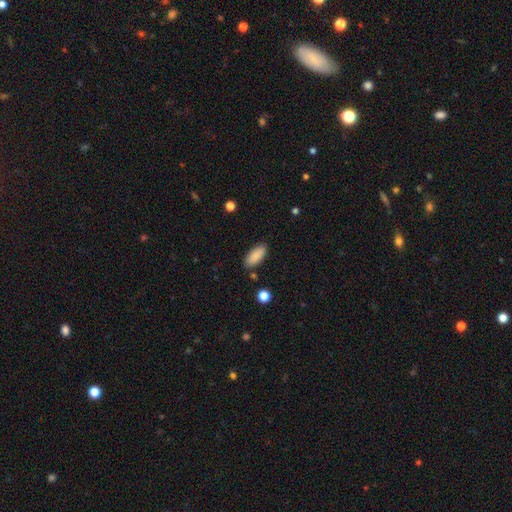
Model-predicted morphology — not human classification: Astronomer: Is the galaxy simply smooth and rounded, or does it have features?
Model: smooth — 87%.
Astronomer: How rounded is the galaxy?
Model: in between — 85%.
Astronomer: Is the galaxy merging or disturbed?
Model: none — 85%.